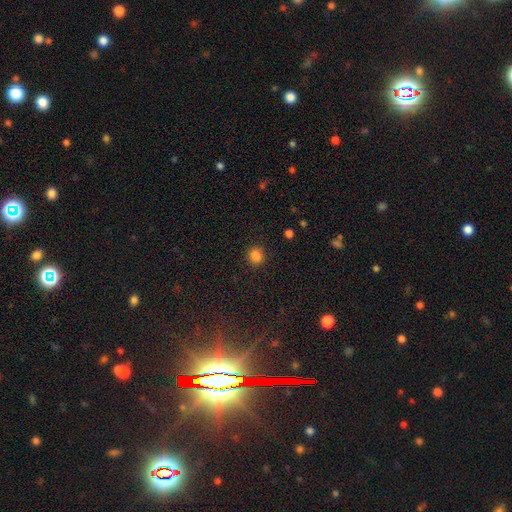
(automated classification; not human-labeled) Smooth or featured: smooth — 84% (star or artifact — 12%)
How rounded: round — 80% (in between — 19%)
Merging: none — 89% (minor disturbance — 7%)